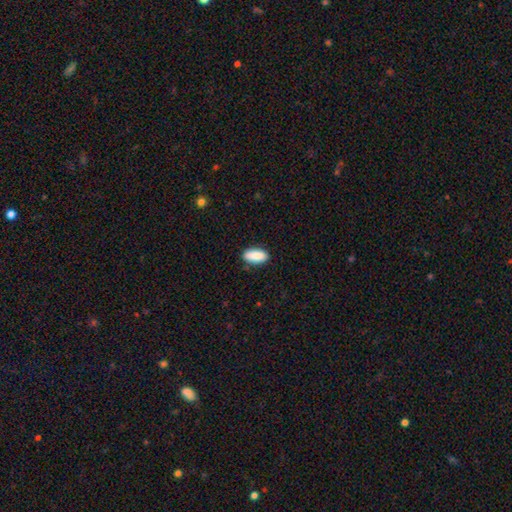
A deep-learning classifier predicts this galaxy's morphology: Smooth or featured? smooth (89%)
How rounded? in between (87%)
Merging? none (85%)